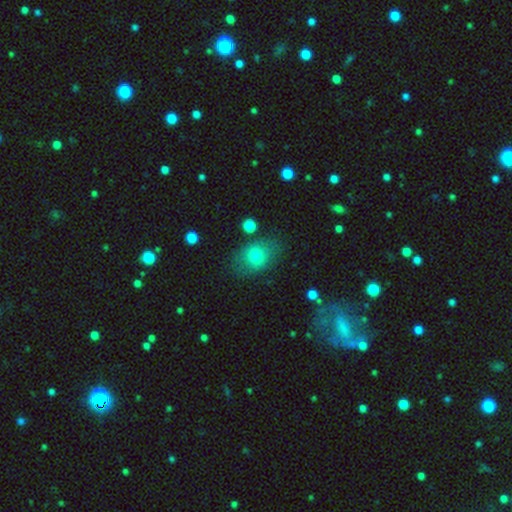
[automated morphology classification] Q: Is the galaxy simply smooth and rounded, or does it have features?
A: smooth — 77%.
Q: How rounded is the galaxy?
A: in between — 76%.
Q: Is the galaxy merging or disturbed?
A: none — 72%.